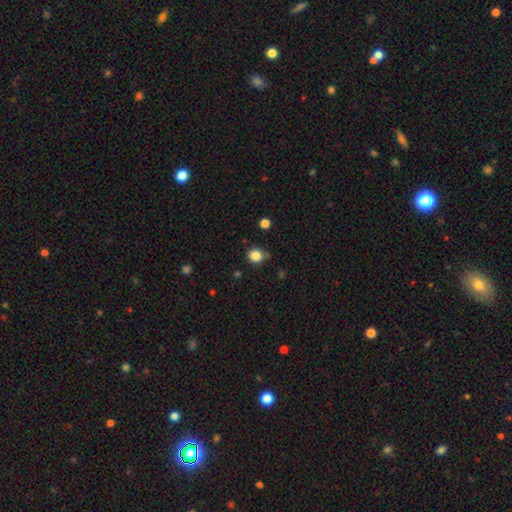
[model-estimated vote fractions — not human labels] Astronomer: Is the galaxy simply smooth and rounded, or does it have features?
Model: smooth — 85%.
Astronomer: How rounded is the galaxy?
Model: round — 85%.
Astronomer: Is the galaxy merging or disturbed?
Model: none — 76%.